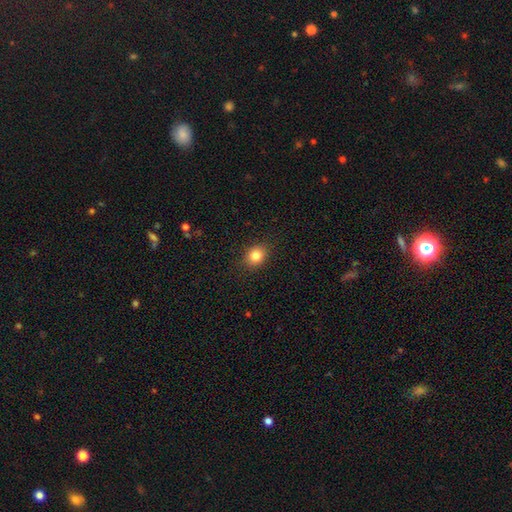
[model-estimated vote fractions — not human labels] smooth-or-featured: smooth: 83% | star or artifact: 11% | featured or disk: 7%
  how-rounded: round: 58% | in between: 41% | cigar-shaped: 1%
  merging: none: 89% | minor disturbance: 8% | major disturbance: 2% | merger: 1%